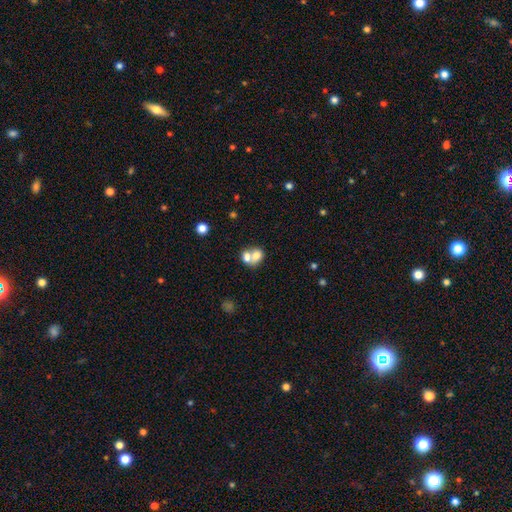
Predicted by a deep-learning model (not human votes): smooth 69%, featured or disk 21%, star or artifact 10%. Down the decision tree: how rounded — round (50%); merging — merger (66%).